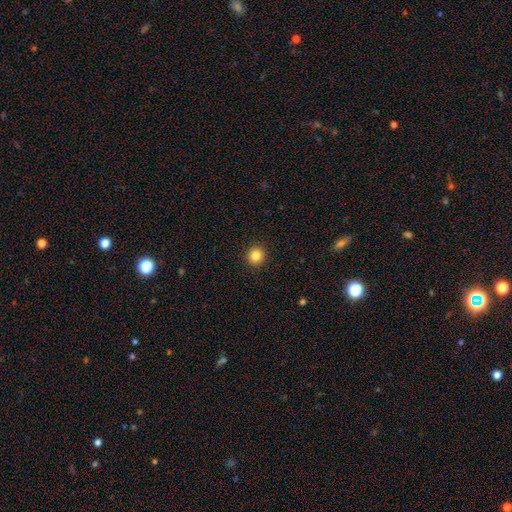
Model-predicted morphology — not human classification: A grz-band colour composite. It shows a smooth galaxy with no disk features (84%) that is round (93%). Merging: none (93%).